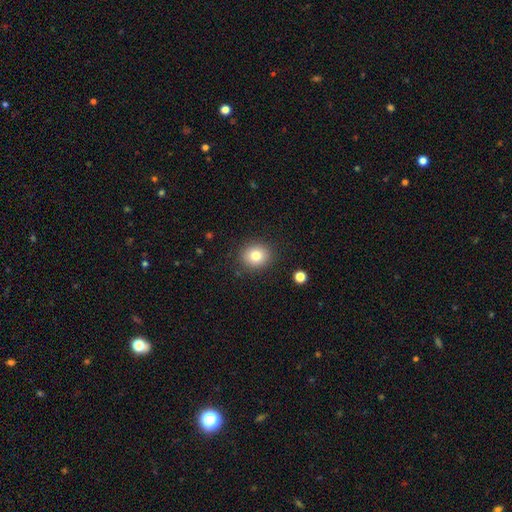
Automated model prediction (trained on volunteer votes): This is likely a smooth galaxy (80%). How rounded: clearly round (81%). Merging: clearly none (89%).